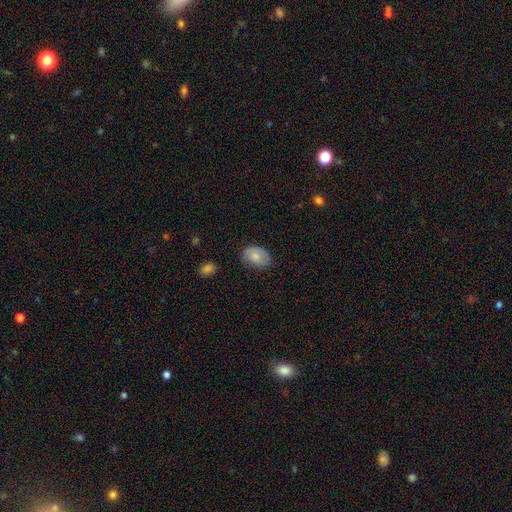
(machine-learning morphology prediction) This appears to be a smooth galaxy with no disk features (77%) that is in between round and cigar-shaped (79%). Merging: none (69%).